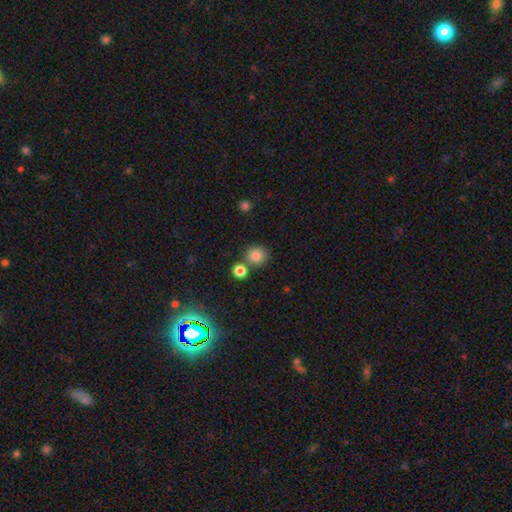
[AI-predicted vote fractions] smooth 82%, star or artifact 12%, featured or disk 6%. Down the decision tree: how rounded — round (90%); merging — none (75%).